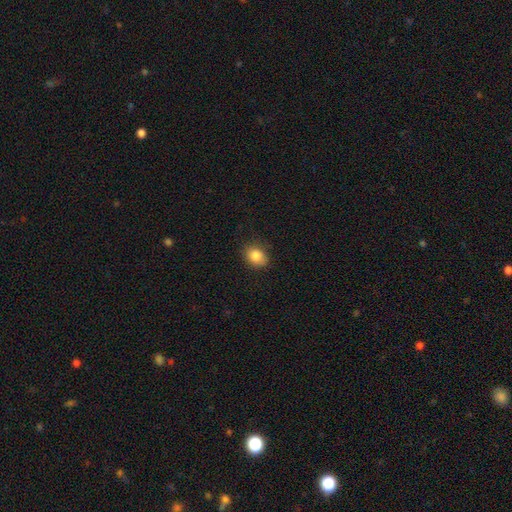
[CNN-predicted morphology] This is clearly a smooth galaxy (85%). How rounded: likely in between (62%). Merging: likely none (79%).